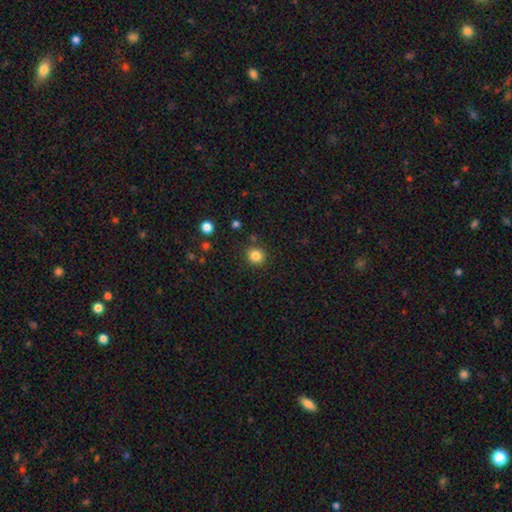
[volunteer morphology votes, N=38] This appears to be a smooth galaxy with no disk features (89%) that is round (79%). Merging: none (86%).